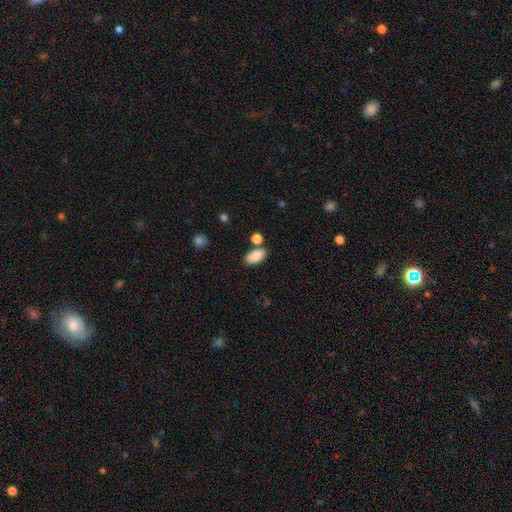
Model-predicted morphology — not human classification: smooth 86%, star or artifact 7%, featured or disk 6%. Down the decision tree: how rounded — in between (93%); merging — none (74%).